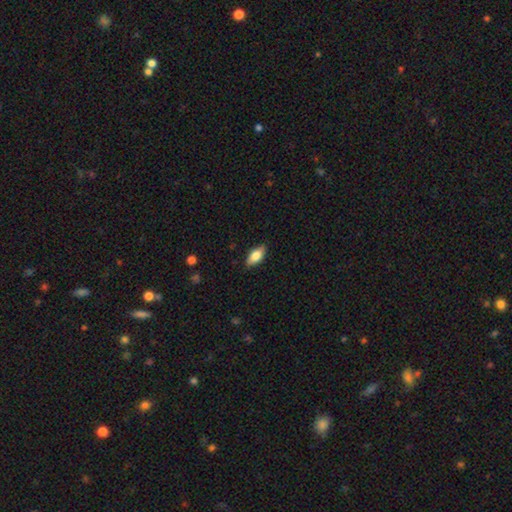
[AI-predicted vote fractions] smooth_or_featured: smooth (p=0.76) [alt: featured or disk p=0.18]
how_rounded: in between (p=0.87) [alt: cigar-shaped p=0.10]
merging: none (p=0.86) [alt: minor disturbance p=0.11]